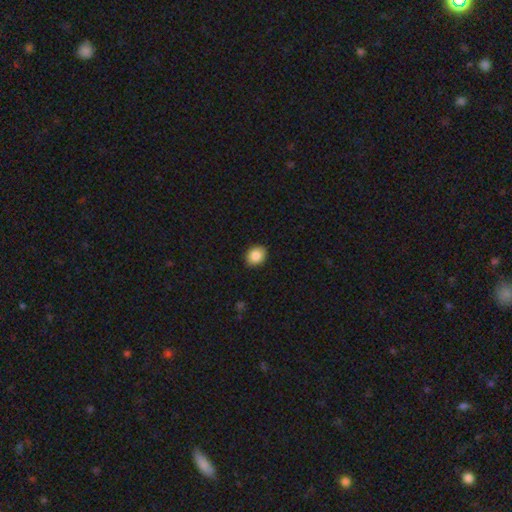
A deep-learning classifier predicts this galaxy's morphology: Smooth or featured? smooth (87%)
How rounded? in between (50%)
Merging? none (91%)